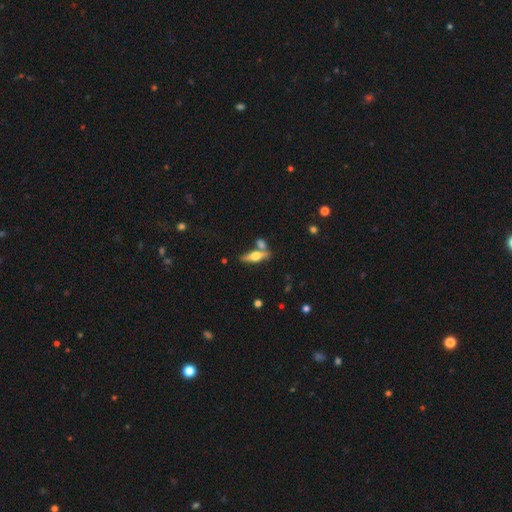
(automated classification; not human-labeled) Q: Smooth or featured?
A: featured or disk (51%); runner-up: smooth (42%)
Q: Edge-on disk?
A: yes (91%); runner-up: no (9%)
Q: Merging?
A: none (63%); runner-up: merger (21%)